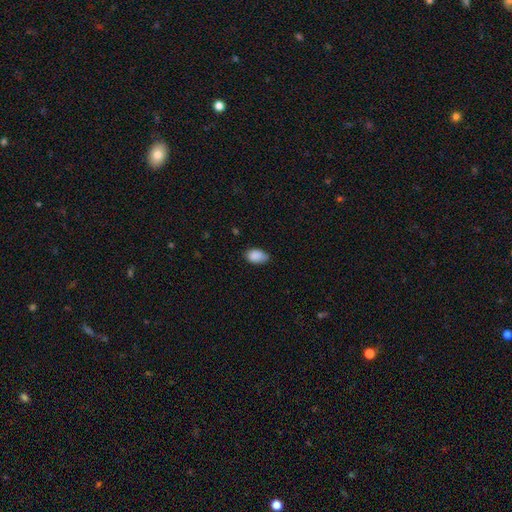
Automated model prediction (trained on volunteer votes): A smooth galaxy with no disk features (87%) that is in between round and cigar-shaped (88%).

Vote fractions:
- Smooth or featured? smooth: 87% / star or artifact: 8% / featured or disk: 5%
- How rounded? in between: 88% / round: 10% / cigar-shaped: 1%
- Merging? none: 60% / minor disturbance: 33% / major disturbance: 5% / merger: 2%